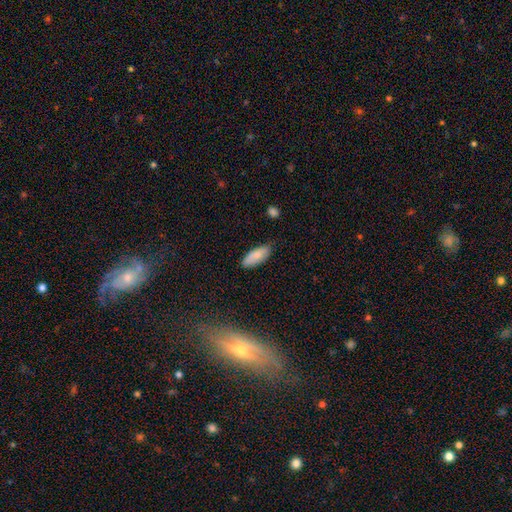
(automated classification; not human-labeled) Smooth or featured? Predicted: smooth (p=0.82). How rounded? Predicted: in between (p=0.80). Merging? Predicted: none (p=0.80).